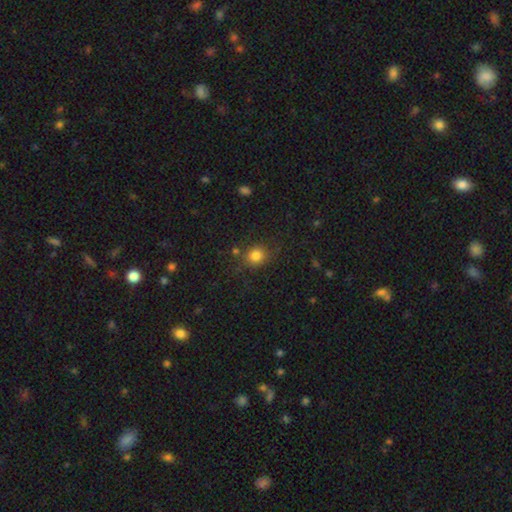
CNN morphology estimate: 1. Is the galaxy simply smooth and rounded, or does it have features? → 81% smooth, 13% star or artifact, 7% featured or disk.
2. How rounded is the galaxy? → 78% round, 21% in between, 1% cigar-shaped.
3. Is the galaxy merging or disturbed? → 77% none, 14% minor disturbance, 6% major disturbance, 4% merger.